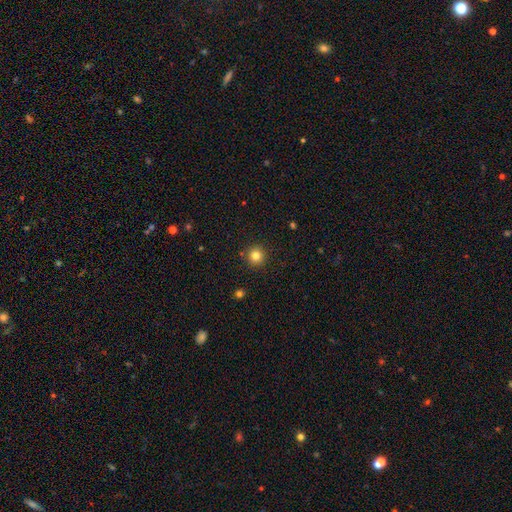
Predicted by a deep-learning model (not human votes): Smooth or featured: smooth — 82% (star or artifact — 12%)
How rounded: round — 95% (in between — 4%)
Merging: none — 91% (minor disturbance — 5%)